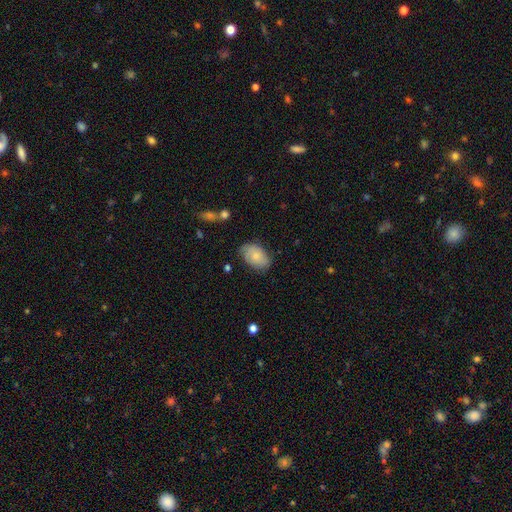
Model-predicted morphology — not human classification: Smooth or featured? smooth (67%)
How rounded? in between (88%)
Merging? none (71%)